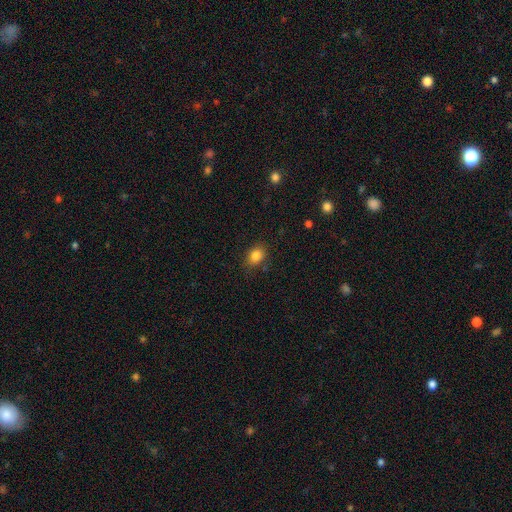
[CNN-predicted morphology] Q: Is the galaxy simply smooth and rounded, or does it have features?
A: smooth — 84%.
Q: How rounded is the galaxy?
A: in between — 56%.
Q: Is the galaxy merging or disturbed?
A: none — 81%.